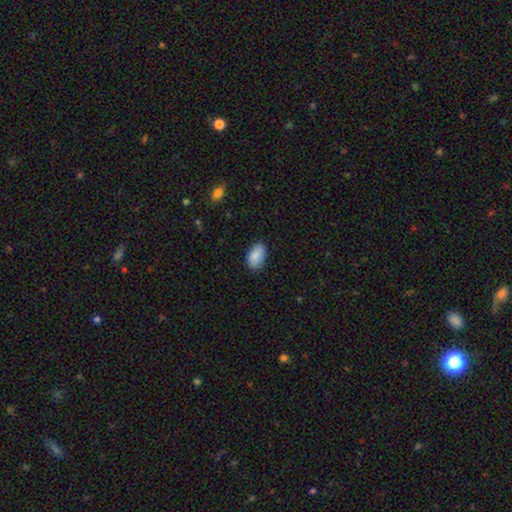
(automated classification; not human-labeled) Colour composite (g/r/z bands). It shows a smooth galaxy with no disk features (89%) that is in between round and cigar-shaped (93%). Merging: none (82%).